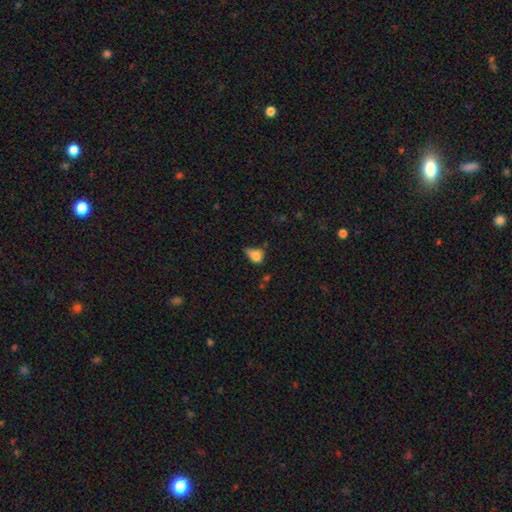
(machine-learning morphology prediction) smooth 79%, featured or disk 10%, star or artifact 10%. Down the decision tree: how rounded — in between (68%); merging — minor disturbance (46%).